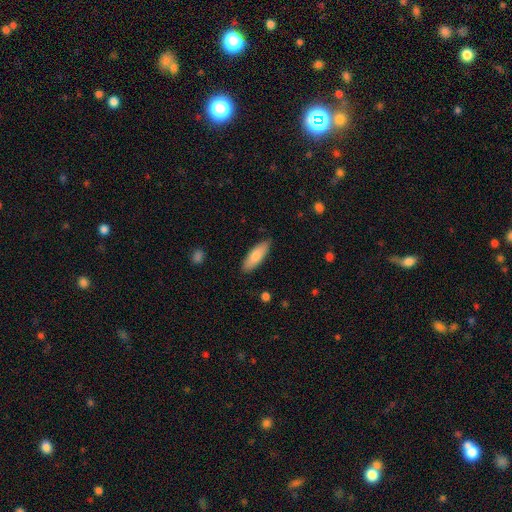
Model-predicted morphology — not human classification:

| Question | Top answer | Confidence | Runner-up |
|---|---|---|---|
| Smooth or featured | smooth | 81% | featured or disk (14%) |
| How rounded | in between | 58% | cigar-shaped (40%) |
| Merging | none | 86% | minor disturbance (11%) |